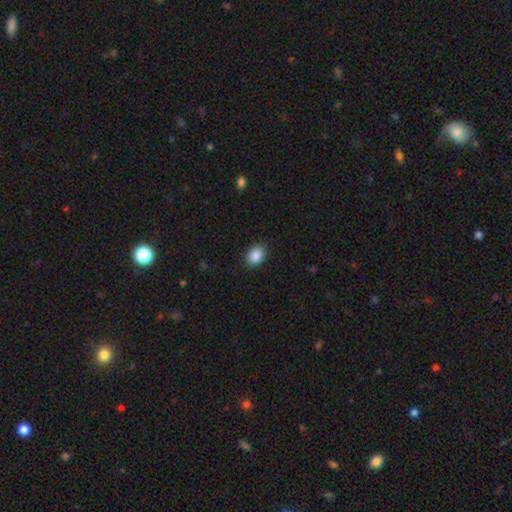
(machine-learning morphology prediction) smooth-or-featured: smooth: 88% | star or artifact: 8% | featured or disk: 4%
  how-rounded: in between: 66% | round: 33% | cigar-shaped: 1%
  merging: none: 85% | minor disturbance: 11% | major disturbance: 2% | merger: 1%